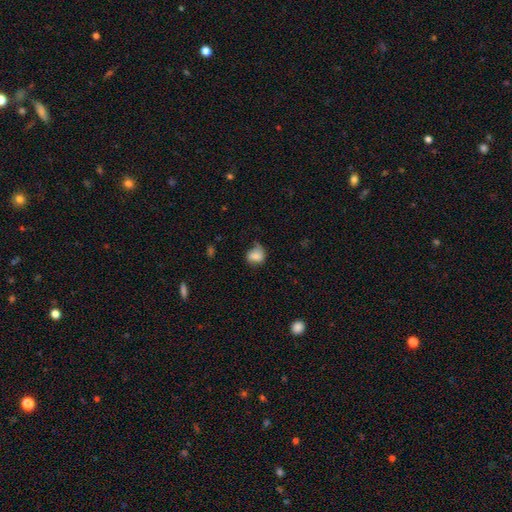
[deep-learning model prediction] This appears to be a smooth galaxy with no disk features (75%) that is round (55%). Merging: none (46%).